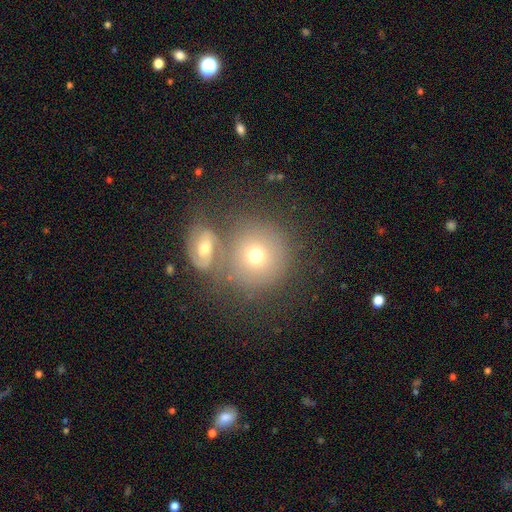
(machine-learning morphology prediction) smooth_or_featured: smooth (p=0.65) [alt: featured or disk p=0.24]
how_rounded: round (p=0.88) [alt: in between p=0.11]
merging: none (p=0.53) [alt: merger p=0.31]